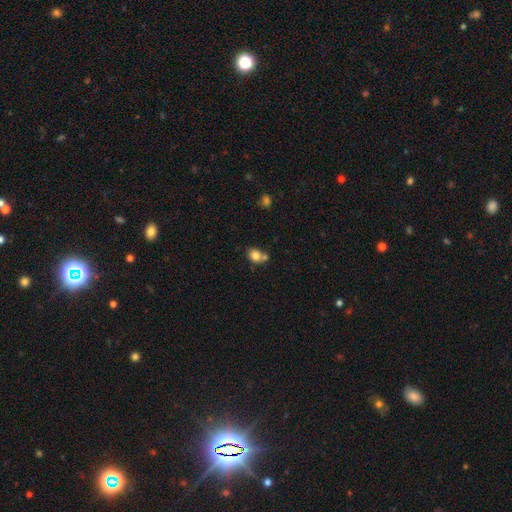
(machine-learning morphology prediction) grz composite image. It shows a smooth galaxy with no disk features (81%) that is round (57%). Merging: none (50%).